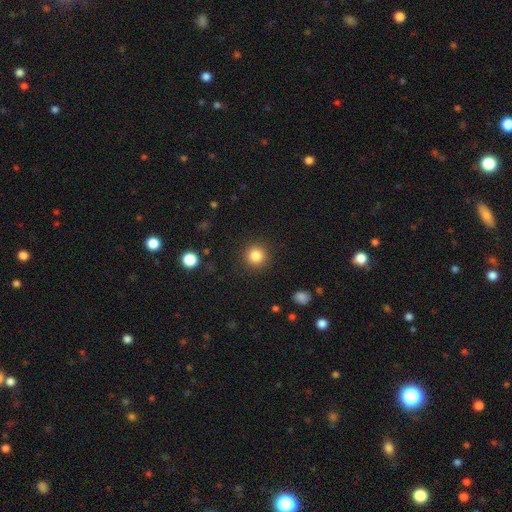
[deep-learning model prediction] This is clearly a smooth galaxy (84%). How rounded: clearly round (94%). Merging: clearly none (91%).